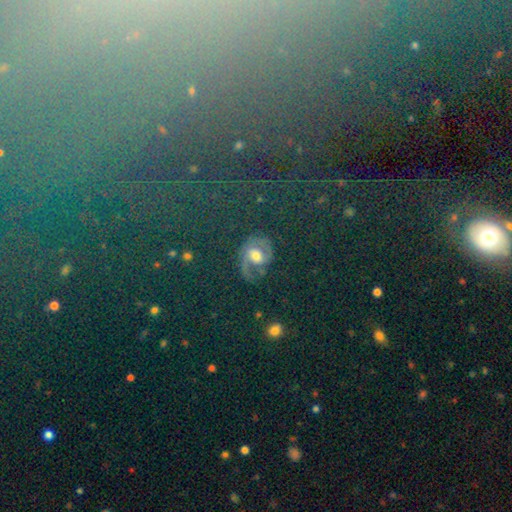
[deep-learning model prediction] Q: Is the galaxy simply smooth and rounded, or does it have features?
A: featured or disk — 46%.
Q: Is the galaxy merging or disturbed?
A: none — 59%.